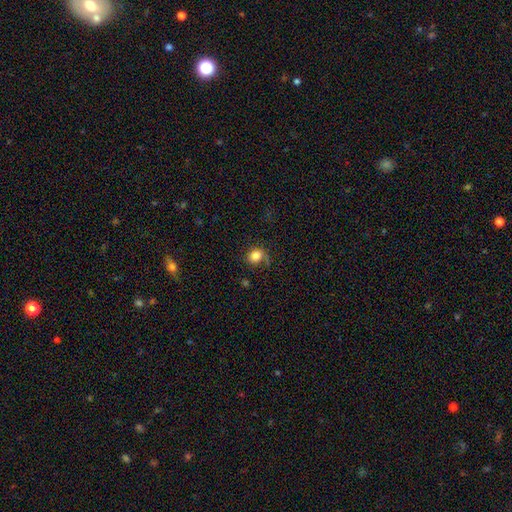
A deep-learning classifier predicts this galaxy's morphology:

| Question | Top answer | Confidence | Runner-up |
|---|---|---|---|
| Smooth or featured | smooth | 79% | star or artifact (11%) |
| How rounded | round | 75% | in between (25%) |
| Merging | none | 67% | minor disturbance (21%) |